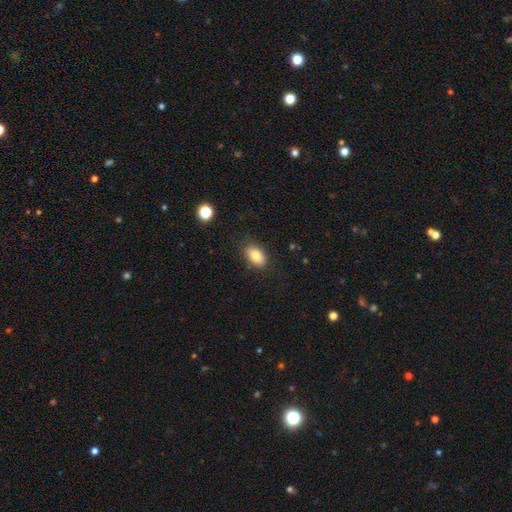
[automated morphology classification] type=smooth (84%); roundness=in between (89%); merging=none (82%).